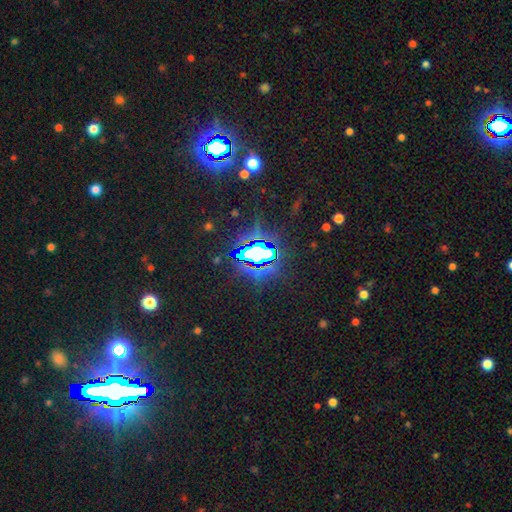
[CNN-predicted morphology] A star or artifact, not a galaxy (75%).